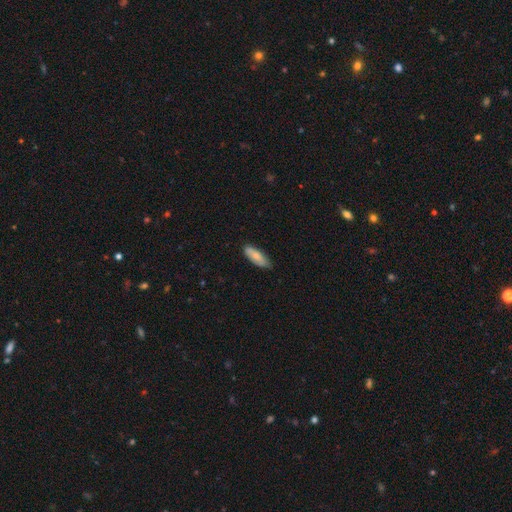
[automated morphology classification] Q: Smooth or featured?
A: smooth (75%); runner-up: featured or disk (20%)
Q: How rounded?
A: in between (70%); runner-up: cigar-shaped (28%)
Q: Merging?
A: none (77%); runner-up: minor disturbance (20%)